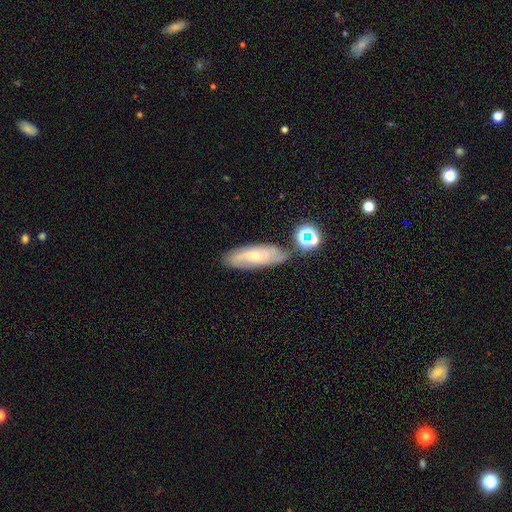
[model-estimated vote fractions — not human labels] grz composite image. It shows a featured or disk galaxy (61%) with no bar (62%), spiral arms (89%) and a small central bulge (64%). Merging: none (64%).